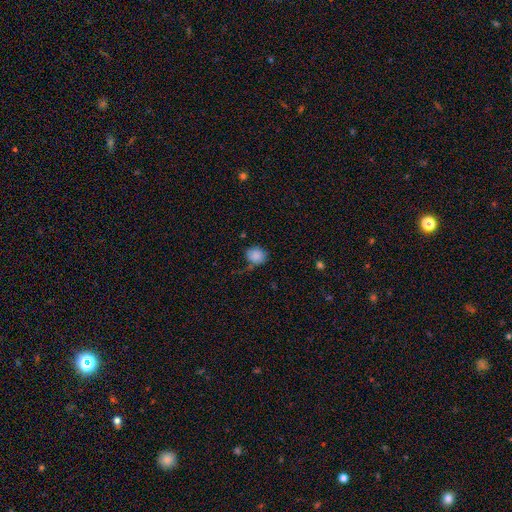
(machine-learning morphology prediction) Smooth or featured: smooth — 85% (star or artifact — 9%)
How rounded: round — 74% (in between — 25%)
Merging: none — 55% (minor disturbance — 29%)